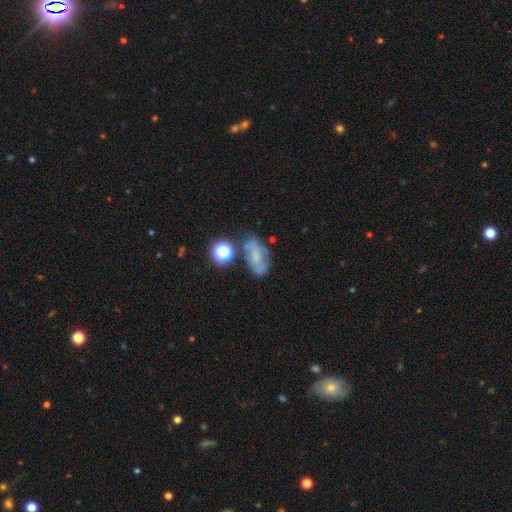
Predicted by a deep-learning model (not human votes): Smooth or featured? Predicted: smooth (p=0.44). Merging? Predicted: none (p=0.54).